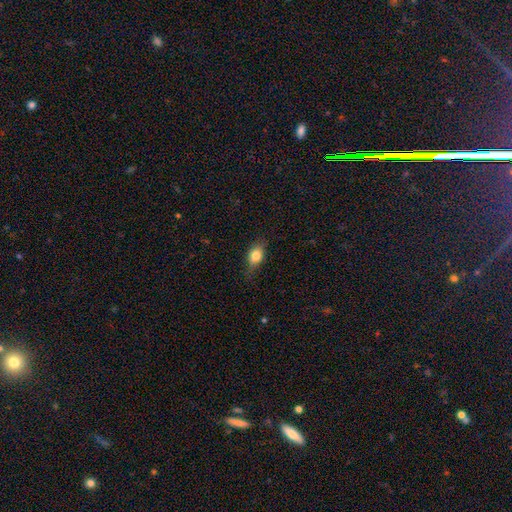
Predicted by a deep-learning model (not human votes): A smooth galaxy with no disk features (77%) that is in between round and cigar-shaped (71%). Merging: none (70%).